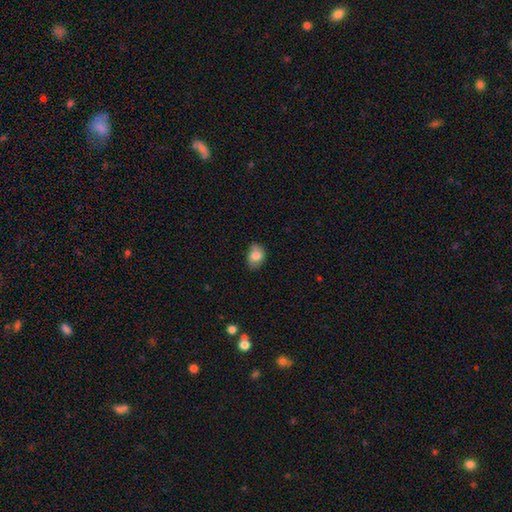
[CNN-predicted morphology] A smooth galaxy with no disk features (81%) that is in between round and cigar-shaped (70%). Merging: none (65%).